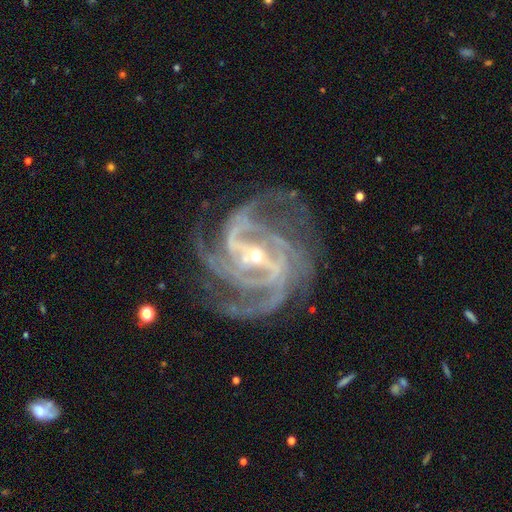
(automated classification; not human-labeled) Smooth or featured: featured or disk — 92% (star or artifact — 5%)
Edge-on disk: no — 97% (yes — 3%)
Bar: strong — 55% (weak — 32%)
Spiral arms: yes — 99% (no — 1%)
Spiral winding: tight — 49% (medium — 44%)
Spiral arm count: 4 — 37% (3 — 27%)
Bulge size: small — 70% (moderate — 26%)
Merging: none — 72% (minor disturbance — 16%)